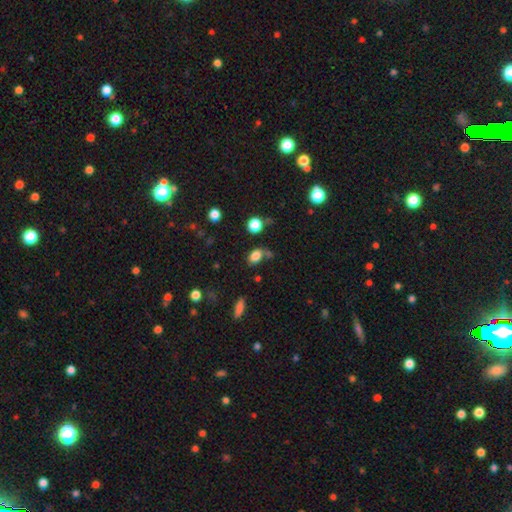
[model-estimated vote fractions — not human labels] smooth 81%, star or artifact 12%, featured or disk 7%. Down the decision tree: how rounded — in between (76%); merging — none (53%).